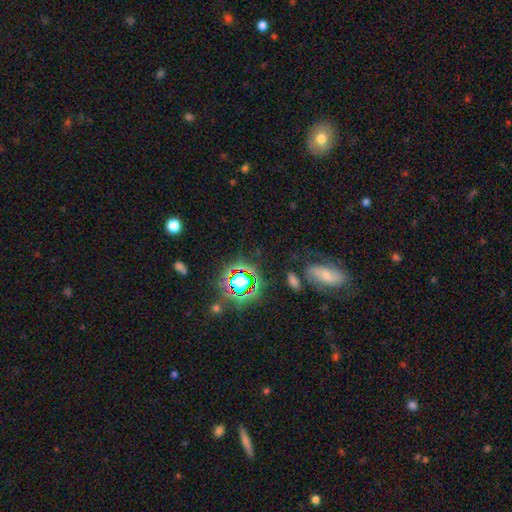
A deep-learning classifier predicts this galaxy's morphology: Smooth or featured? Predicted: star or artifact (p=0.67).